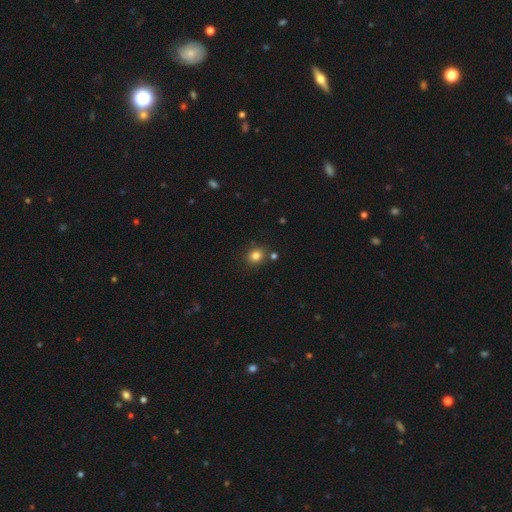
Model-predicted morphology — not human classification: Smooth or featured? smooth (82%)
How rounded? round (76%)
Merging? none (82%)